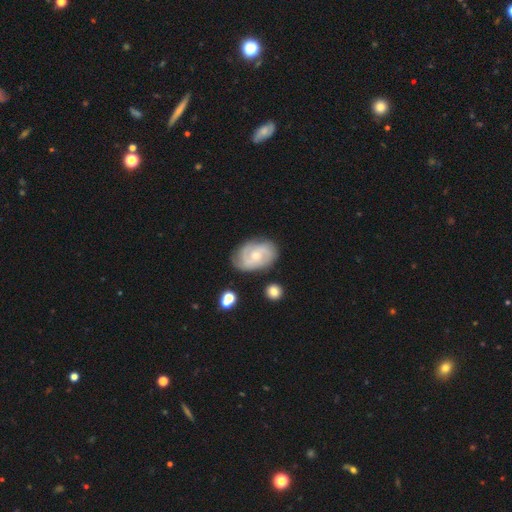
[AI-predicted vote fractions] Q: Smooth or featured?
A: featured or disk (77%); runner-up: smooth (17%)
Q: Edge-on disk?
A: no (97%); runner-up: yes (3%)
Q: Bar?
A: no (67%); runner-up: weak (29%)
Q: Spiral arms?
A: yes (92%); runner-up: no (8%)
Q: Spiral winding?
A: tight (51%); runner-up: medium (37%)
Q: Spiral arm count?
A: 3 (30%); runner-up: 2 (28%)
Q: Bulge size?
A: small (50%); runner-up: moderate (46%)
Q: Merging?
A: none (74%); runner-up: minor disturbance (18%)